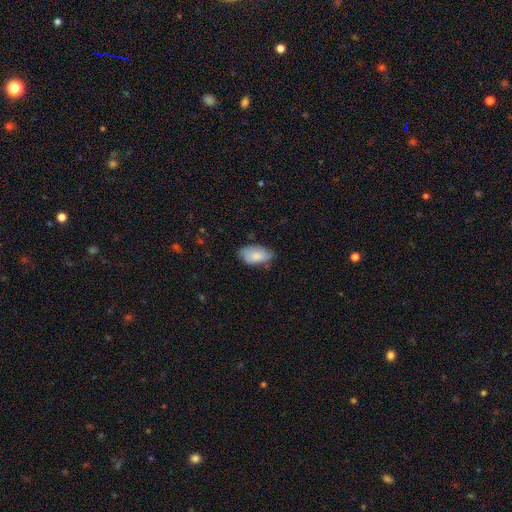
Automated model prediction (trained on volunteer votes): Smooth or featured? smooth (82%)
How rounded? in between (94%)
Merging? none (68%)